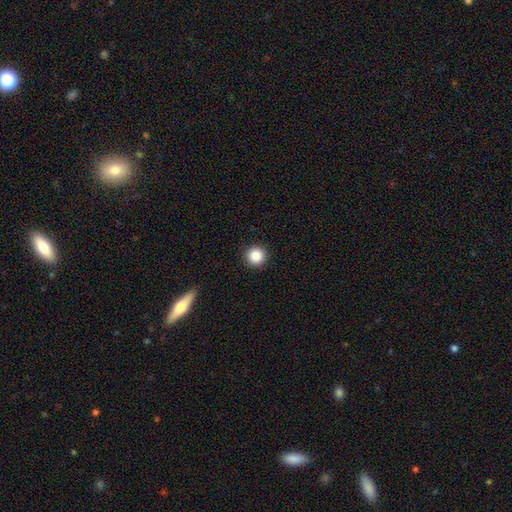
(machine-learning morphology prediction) This is clearly a smooth galaxy (87%). How rounded: clearly round (96%). Merging: clearly none (92%).